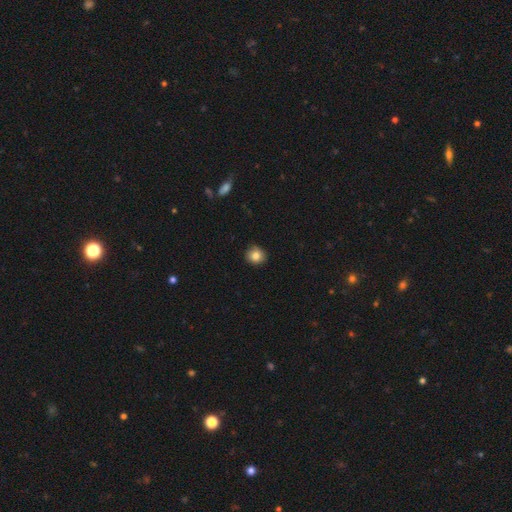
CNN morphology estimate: Smooth or featured?
  - smooth: 83% *
  - star or artifact: 10%
  - featured or disk: 8%
How rounded?
  - round: 86% *
  - in between: 13%
  - cigar-shaped: 1%
Merging?
  - none: 88% *
  - minor disturbance: 10%
  - major disturbance: 2%
  - merger: 1%